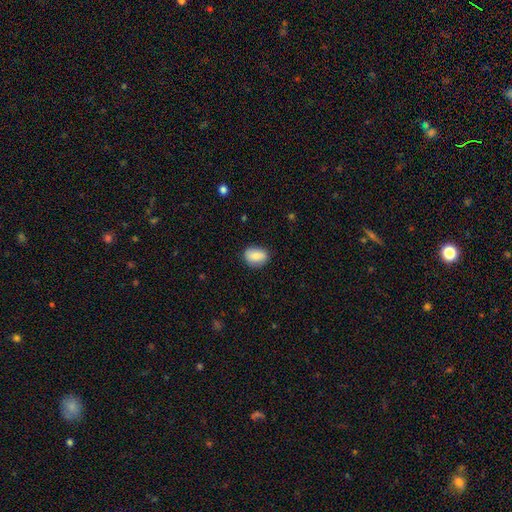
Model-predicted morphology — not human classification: The model was most divided on "how rounded": in between: 72%, round: 26%, cigar-shaped: 2%. More confident: smooth or featured — smooth (84%); merging — none (81%).